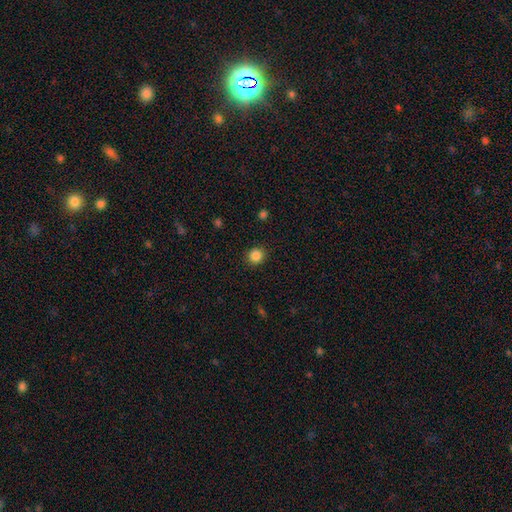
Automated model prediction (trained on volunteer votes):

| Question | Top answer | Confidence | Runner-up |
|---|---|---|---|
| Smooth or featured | smooth | 85% | star or artifact (11%) |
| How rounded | round | 90% | in between (9%) |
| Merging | none | 91% | minor disturbance (6%) |